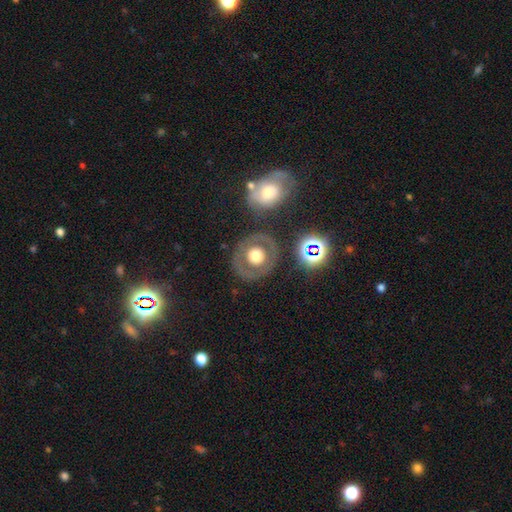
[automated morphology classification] Q: Smooth or featured?
A: smooth (46%); runner-up: featured or disk (45%)
Q: Merging?
A: none (78%); runner-up: minor disturbance (11%)